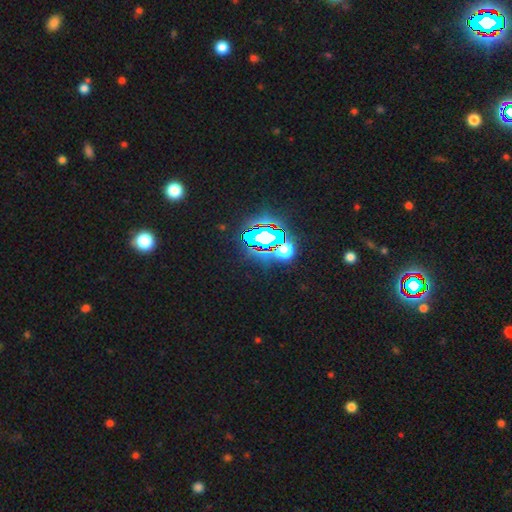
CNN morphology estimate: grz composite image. It shows a star or artifact, not a galaxy (84%).